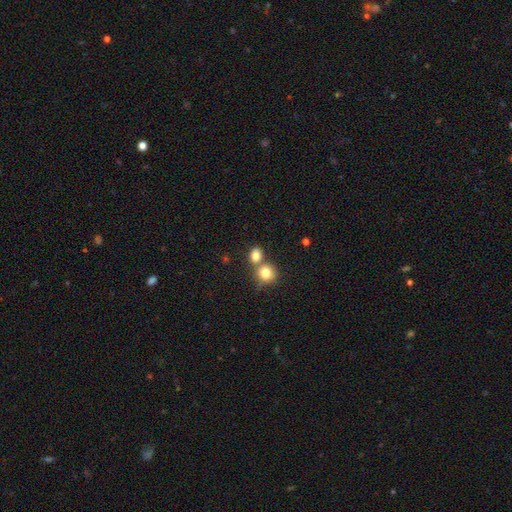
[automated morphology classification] This is clearly a smooth galaxy (82%). How rounded: possibly round (54%). Merging: marginally none (45%).